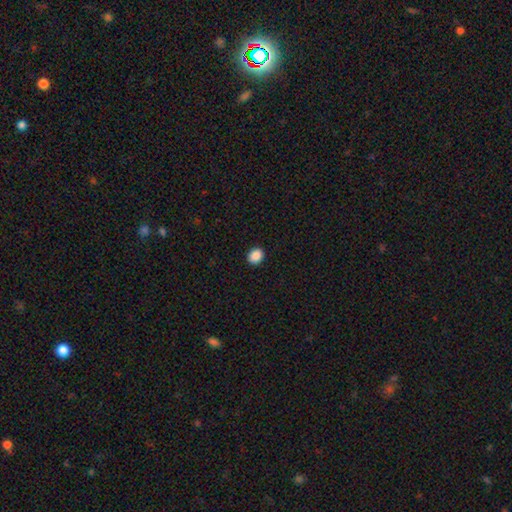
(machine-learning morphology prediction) Q: Smooth or featured?
A: smooth (89%); runner-up: star or artifact (9%)
Q: How rounded?
A: round (61%); runner-up: in between (38%)
Q: Merging?
A: none (92%); runner-up: minor disturbance (6%)